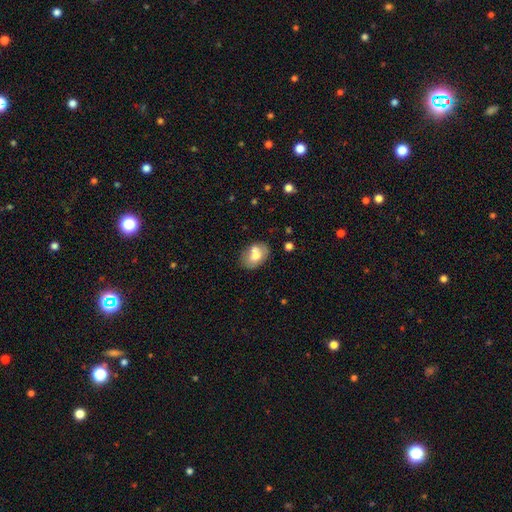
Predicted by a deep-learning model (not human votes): The model was most divided on "merging": none: 52%, merger: 25%, minor disturbance: 18%, major disturbance: 5%. More confident: how rounded — in between (79%); smooth or featured — smooth (64%).